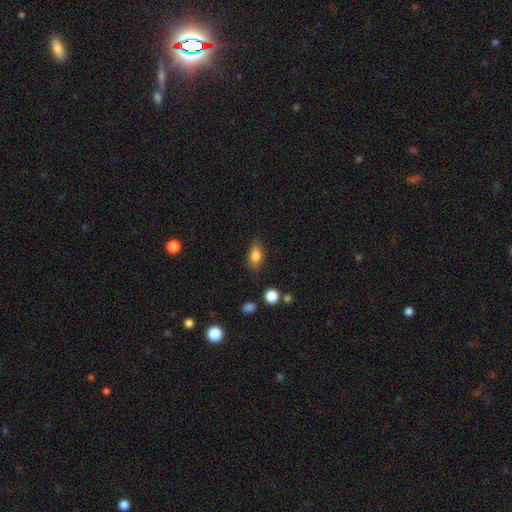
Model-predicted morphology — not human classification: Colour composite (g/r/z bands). It shows a smooth galaxy with no disk features (80%) that is in between round and cigar-shaped (83%). Merging: none (83%).